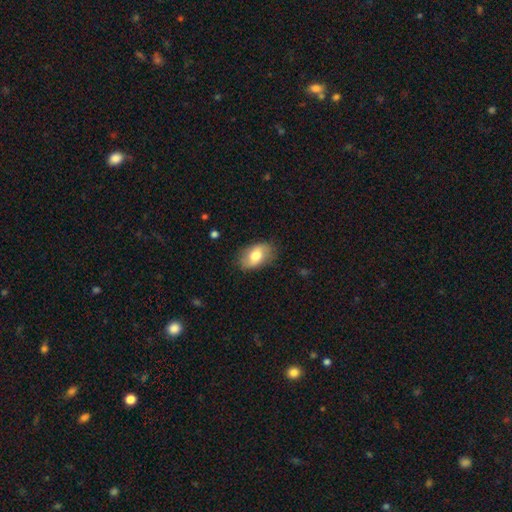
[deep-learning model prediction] Smooth or featured: smooth — 68% (featured or disk — 26%)
How rounded: in between — 90% (round — 9%)
Merging: none — 79% (minor disturbance — 16%)